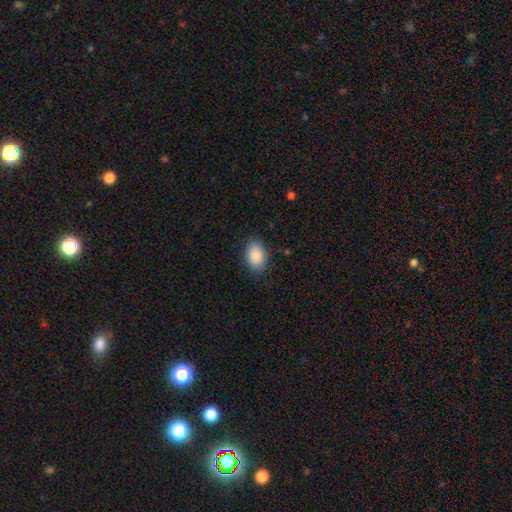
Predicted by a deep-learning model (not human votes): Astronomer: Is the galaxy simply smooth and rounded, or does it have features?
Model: smooth — 86%.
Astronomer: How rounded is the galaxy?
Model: in between — 85%.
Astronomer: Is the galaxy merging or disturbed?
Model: none — 84%.